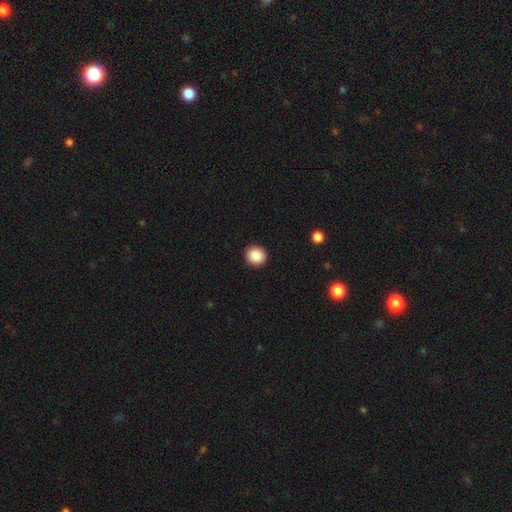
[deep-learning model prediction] Overall: smooth (88%). How rounded: round (88%). Merging: none (92%).